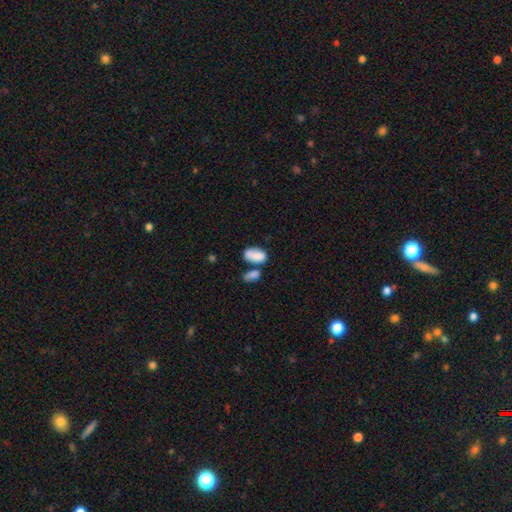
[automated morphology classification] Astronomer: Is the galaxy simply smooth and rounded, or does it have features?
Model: smooth — 82%.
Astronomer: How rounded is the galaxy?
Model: in between — 93%.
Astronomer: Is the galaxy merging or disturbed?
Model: merger — 38% (runner-up: none, 36%).